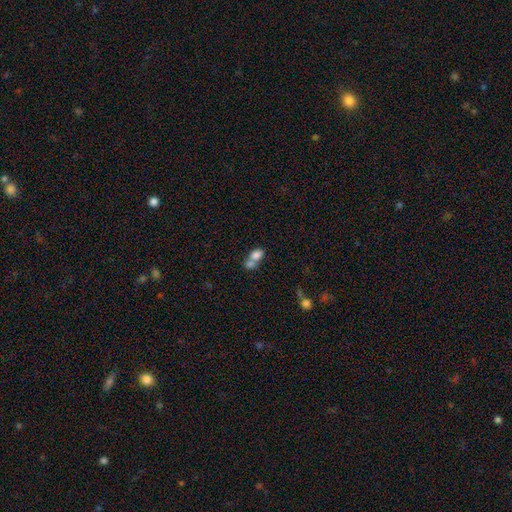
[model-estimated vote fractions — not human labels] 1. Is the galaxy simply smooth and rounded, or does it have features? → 78% smooth, 12% featured or disk, 10% star or artifact.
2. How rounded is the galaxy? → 72% in between, 26% round, 2% cigar-shaped.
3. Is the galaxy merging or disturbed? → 66% merger, 23% none, 7% minor disturbance, 4% major disturbance.